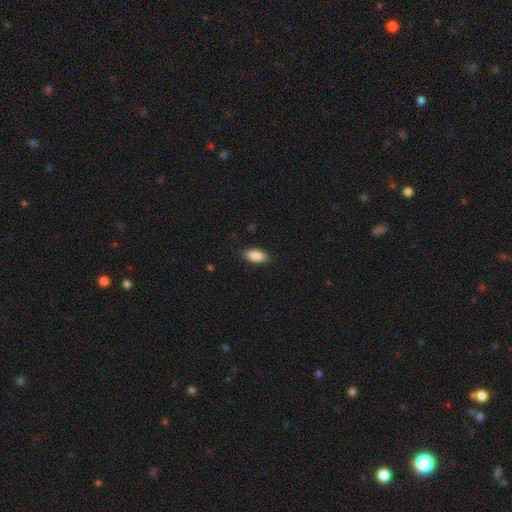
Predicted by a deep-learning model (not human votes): Smooth or featured? smooth (88%)
How rounded? in between (89%)
Merging? none (84%)